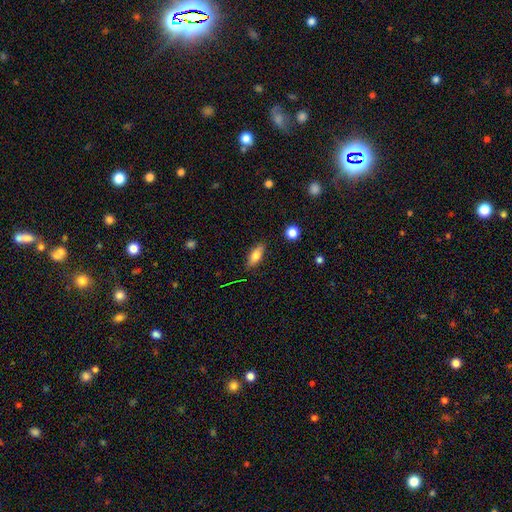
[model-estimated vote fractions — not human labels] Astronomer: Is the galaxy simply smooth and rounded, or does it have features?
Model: smooth — 71%.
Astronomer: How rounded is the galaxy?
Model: in between — 72%.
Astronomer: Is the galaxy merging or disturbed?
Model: none — 82%.